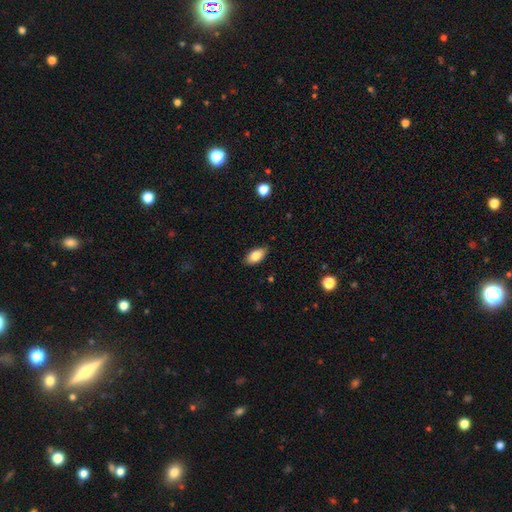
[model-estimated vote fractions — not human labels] A smooth galaxy with no disk features (80%) that is in between round and cigar-shaped (90%).

Vote fractions:
- Smooth or featured? smooth: 80% / featured or disk: 13% / star or artifact: 7%
- How rounded? in between: 90% / cigar-shaped: 6% / round: 4%
- Merging? none: 84% / minor disturbance: 12% / major disturbance: 2% / merger: 1%